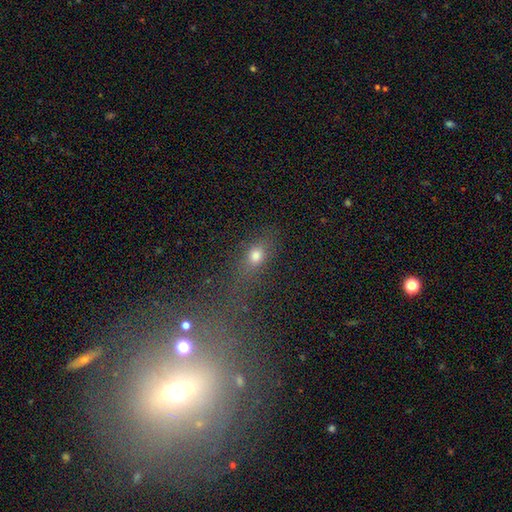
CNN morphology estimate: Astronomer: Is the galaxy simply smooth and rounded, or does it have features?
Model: smooth — 64%.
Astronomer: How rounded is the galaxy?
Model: in between — 58%.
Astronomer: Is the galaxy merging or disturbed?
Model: none — 59%.